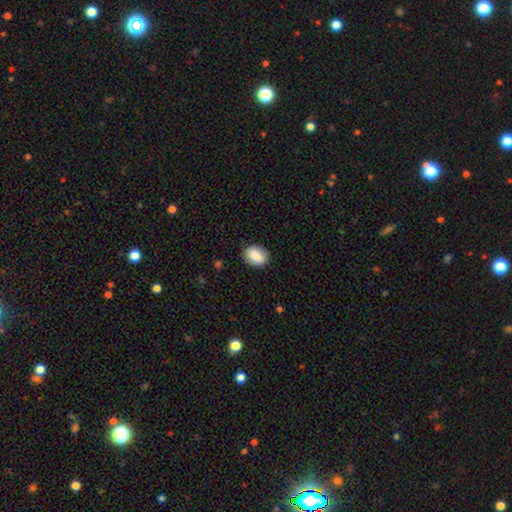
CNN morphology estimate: Smooth or featured?
  - smooth: 87% *
  - star or artifact: 7%
  - featured or disk: 6%
How rounded?
  - in between: 70% *
  - round: 29%
  - cigar-shaped: 1%
Merging?
  - none: 86% *
  - minor disturbance: 11%
  - major disturbance: 3%
  - merger: 1%